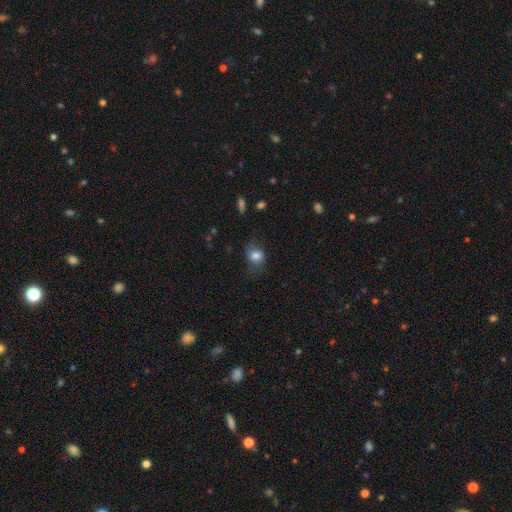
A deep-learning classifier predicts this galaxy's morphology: The model was most divided on "how rounded": in between: 50%, round: 49%, cigar-shaped: 1%. More confident: smooth or featured — smooth (78%); merging — none (57%).